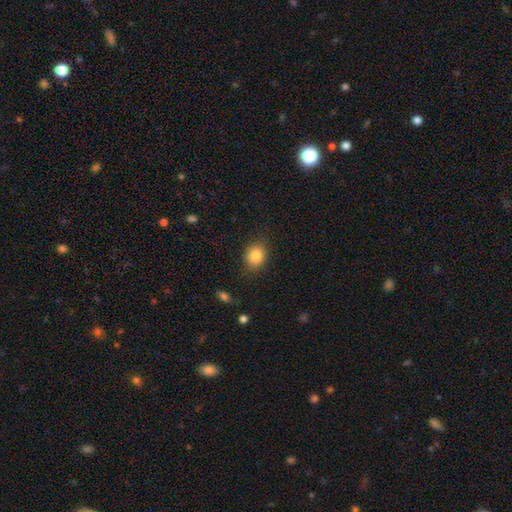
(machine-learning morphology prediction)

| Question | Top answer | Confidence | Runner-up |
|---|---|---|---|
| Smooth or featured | smooth | 84% | star or artifact (10%) |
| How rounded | round | 56% | in between (43%) |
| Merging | none | 83% | minor disturbance (12%) |